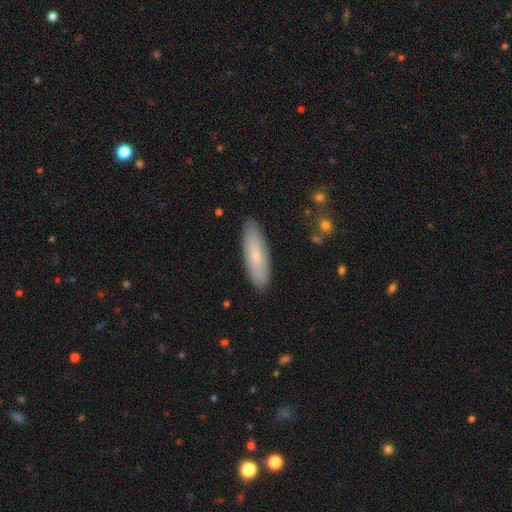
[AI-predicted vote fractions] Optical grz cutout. It shows a smooth galaxy with no disk features (74%) that is cigar-shaped (58%). Merging: none (88%).